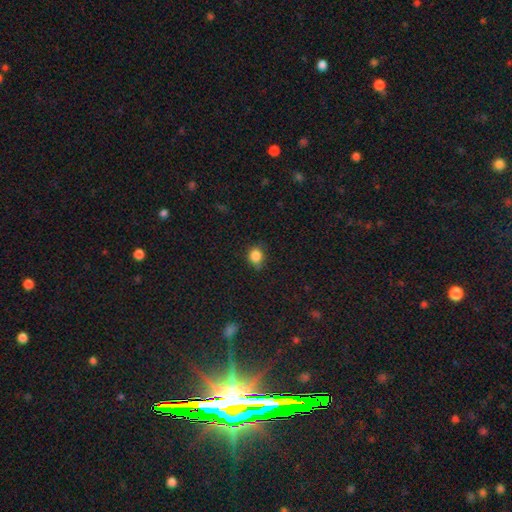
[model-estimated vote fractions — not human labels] Smooth or featured?
  - smooth: 85% *
  - star or artifact: 11%
  - featured or disk: 4%
How rounded?
  - round: 74% *
  - in between: 25%
  - cigar-shaped: 1%
Merging?
  - none: 71% *
  - minor disturbance: 23%
  - major disturbance: 5%
  - merger: 2%